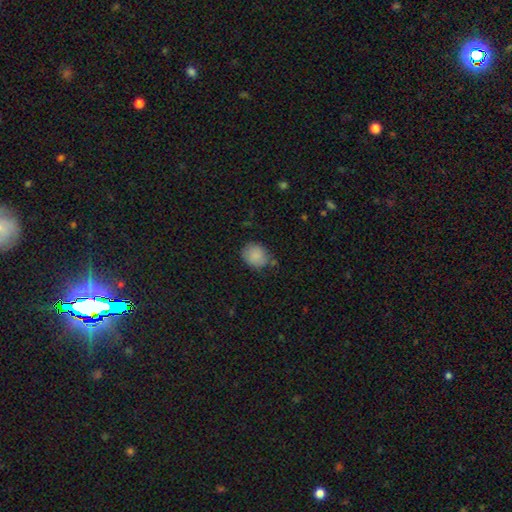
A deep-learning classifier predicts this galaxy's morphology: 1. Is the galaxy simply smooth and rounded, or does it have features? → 86% smooth, 8% star or artifact, 6% featured or disk.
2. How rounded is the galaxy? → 61% round, 38% in between, 1% cigar-shaped.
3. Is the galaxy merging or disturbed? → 68% none, 23% minor disturbance, 5% major disturbance, 4% merger.